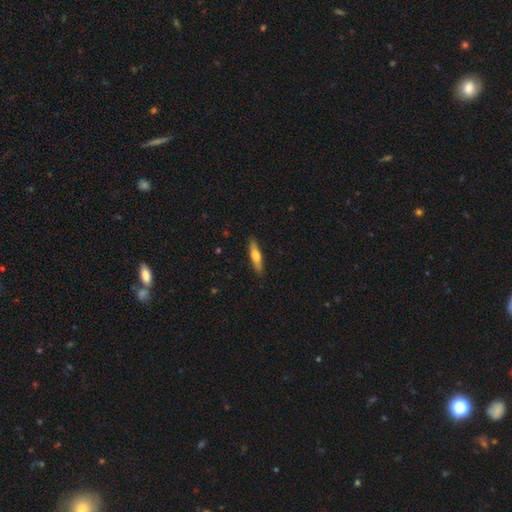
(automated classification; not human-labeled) smooth 57%, featured or disk 38%, star or artifact 5%. Down the decision tree: how rounded — cigar-shaped (80%); merging — none (89%).